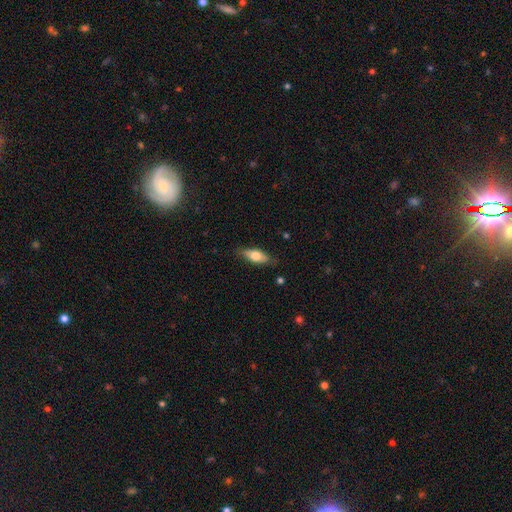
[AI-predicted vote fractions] This appears to be a smooth galaxy with no disk features (66%) that is in between round and cigar-shaped (70%). Merging: none (80%).